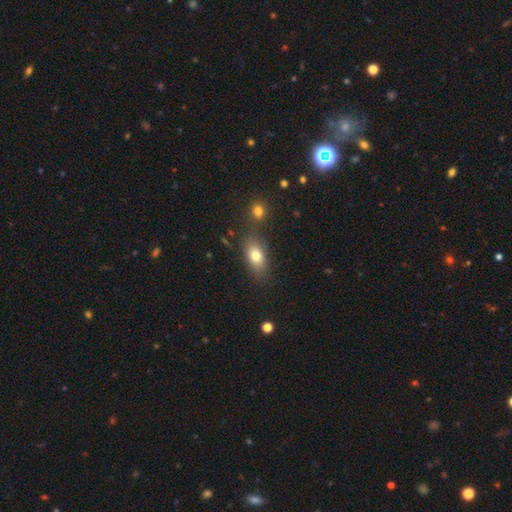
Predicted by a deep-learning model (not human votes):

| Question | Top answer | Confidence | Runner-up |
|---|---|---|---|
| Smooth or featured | smooth | 78% | featured or disk (12%) |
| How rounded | in between | 84% | round (11%) |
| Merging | none | 73% | minor disturbance (13%) |